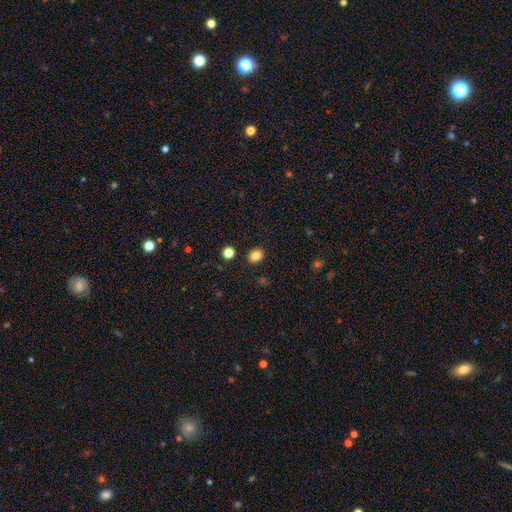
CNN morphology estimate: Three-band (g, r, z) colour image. It shows a smooth galaxy with no disk features (84%) that is round (59%). Merging: none (89%).